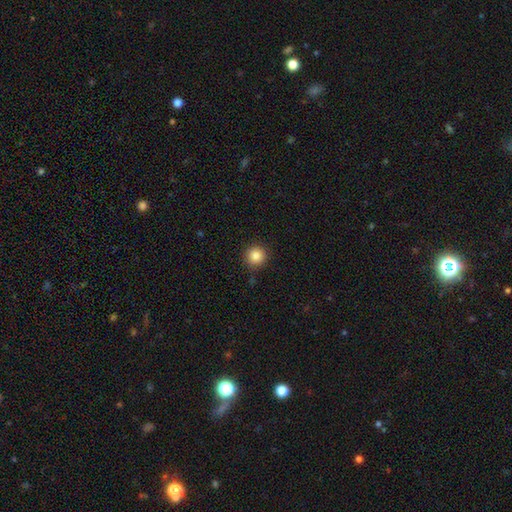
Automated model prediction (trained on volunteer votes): Smooth or featured? Predicted: smooth (p=0.85). How rounded? Predicted: round (p=0.95). Merging? Predicted: none (p=0.90).